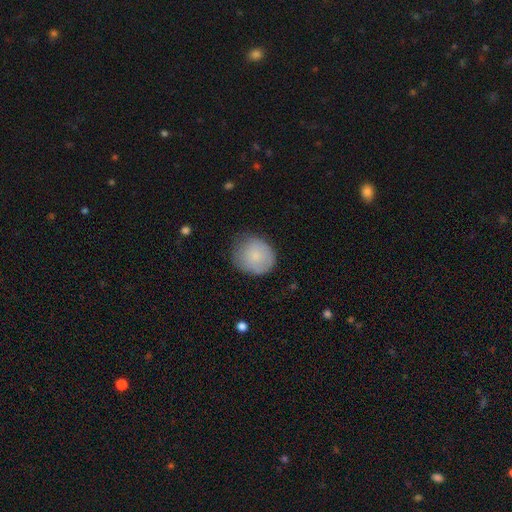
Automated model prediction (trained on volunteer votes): This appears to be a smooth galaxy with no disk features (81%) that is round (76%). Merging: none (61%).